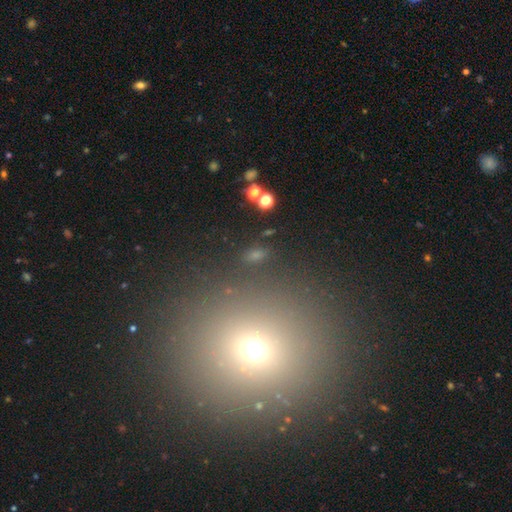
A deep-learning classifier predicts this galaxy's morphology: This appears to be a smooth galaxy with no disk features (59%) that is in between round and cigar-shaped (75%). Merging: none (77%).